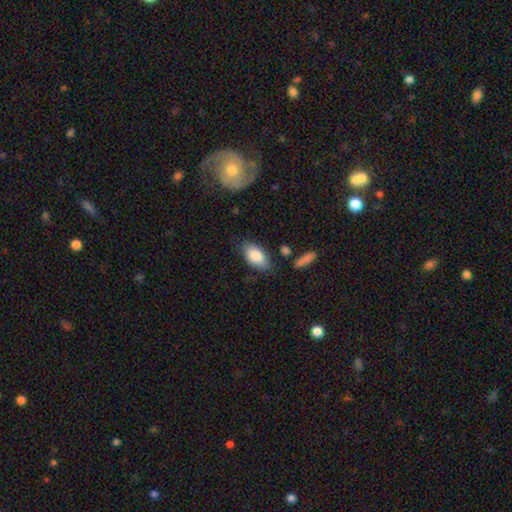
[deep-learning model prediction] This is clearly a smooth galaxy (83%). How rounded: clearly in between (92%). Merging: likely none (77%).